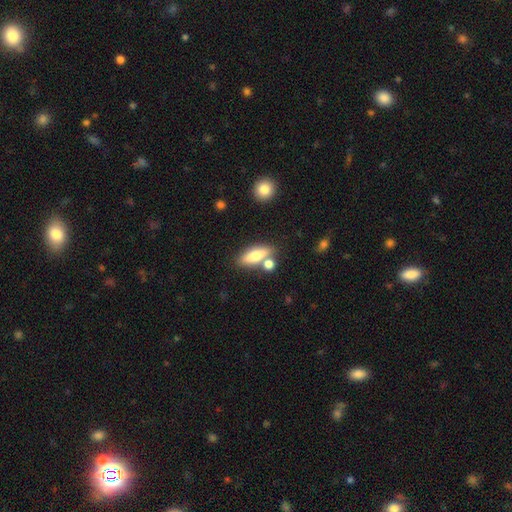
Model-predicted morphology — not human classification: Q: Smooth or featured?
A: smooth (67%); runner-up: featured or disk (26%)
Q: How rounded?
A: in between (59%); runner-up: cigar-shaped (36%)
Q: Merging?
A: none (66%); runner-up: merger (18%)